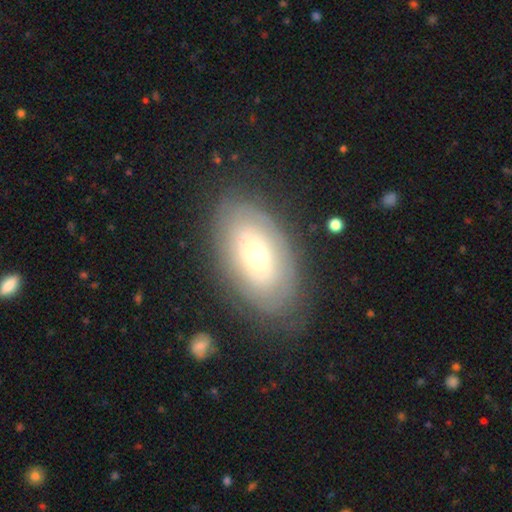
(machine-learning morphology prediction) This appears to be a featured or disk galaxy (50%). Merging: none (77%).